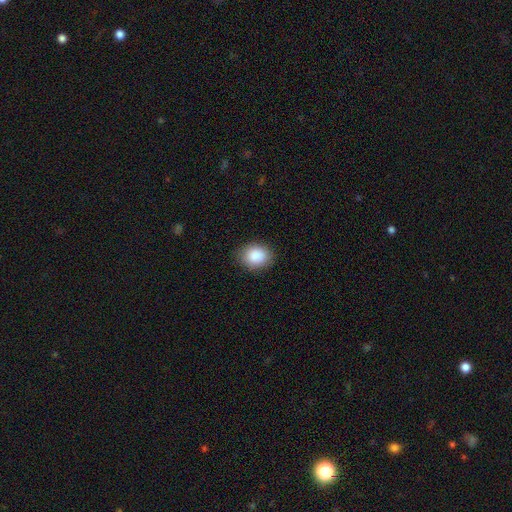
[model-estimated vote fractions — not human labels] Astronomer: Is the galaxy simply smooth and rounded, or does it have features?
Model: smooth — 88%.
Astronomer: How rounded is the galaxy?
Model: in between — 51% (runner-up: round, 48%).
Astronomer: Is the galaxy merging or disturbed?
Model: none — 85%.